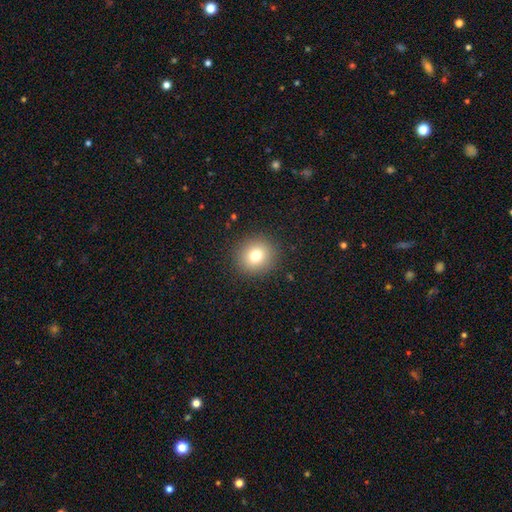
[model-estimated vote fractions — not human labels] Q: Smooth or featured?
A: smooth (76%); runner-up: star or artifact (13%)
Q: How rounded?
A: round (91%); runner-up: in between (8%)
Q: Merging?
A: none (91%); runner-up: minor disturbance (6%)